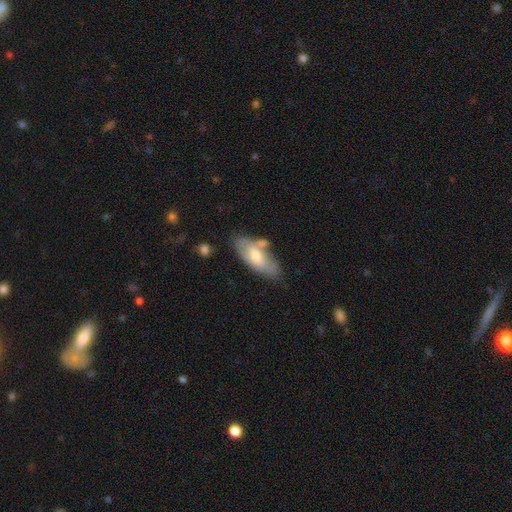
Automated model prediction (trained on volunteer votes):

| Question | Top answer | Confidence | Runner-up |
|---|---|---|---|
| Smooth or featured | smooth | 56% | featured or disk (38%) |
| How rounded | in between | 79% | cigar-shaped (18%) |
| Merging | none | 57% | minor disturbance (20%) |